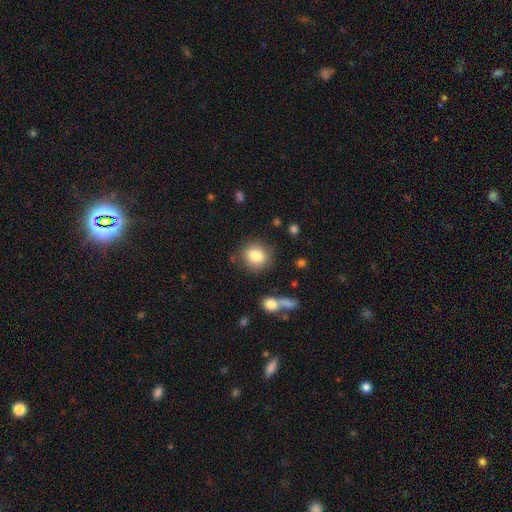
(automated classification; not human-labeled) Overall: smooth (84%). How rounded: round (75%). Merging: none (81%).